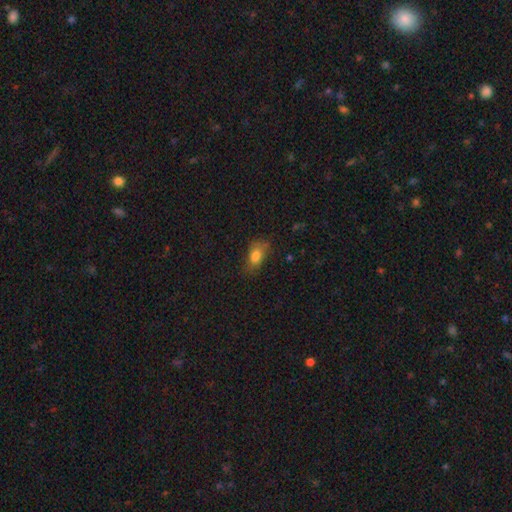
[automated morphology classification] smooth 76%, featured or disk 13%, star or artifact 11%. Down the decision tree: how rounded — in between (85%); merging — none (57%).